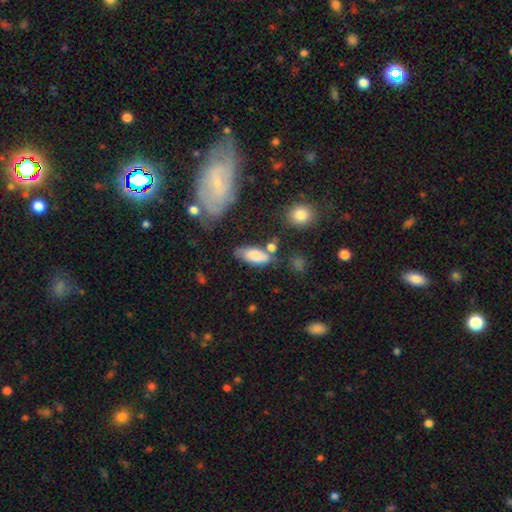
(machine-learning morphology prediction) smooth_or_featured: smooth (p=0.77) [alt: featured or disk p=0.16]
how_rounded: in between (p=0.81) [alt: cigar-shaped p=0.16]
merging: none (p=0.54) [alt: minor disturbance p=0.23]